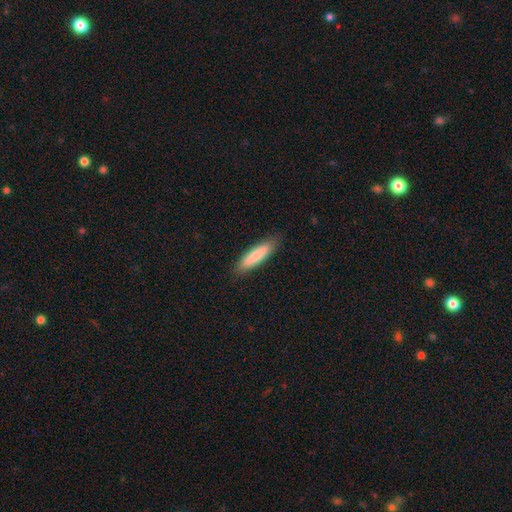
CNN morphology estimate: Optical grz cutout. It shows a smooth galaxy with no disk features (80%) that is cigar-shaped (75%). Merging: none (86%).